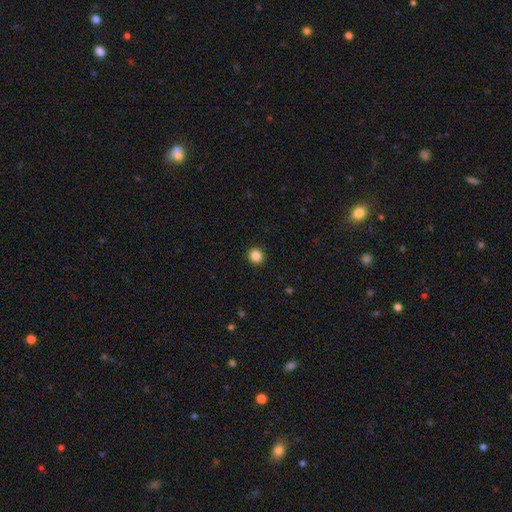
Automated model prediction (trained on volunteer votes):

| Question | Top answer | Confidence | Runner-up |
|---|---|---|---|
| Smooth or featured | smooth | 86% | star or artifact (10%) |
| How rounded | round | 90% | in between (9%) |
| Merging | none | 93% | minor disturbance (5%) |